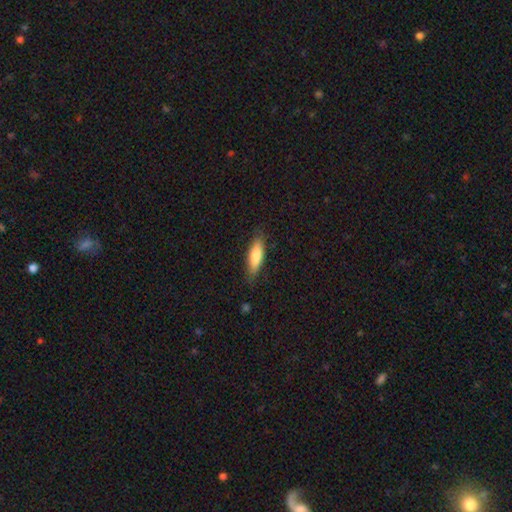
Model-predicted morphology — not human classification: The model was most divided on "how rounded": cigar-shaped: 53%, in between: 46%, round: 2%. More confident: merging — none (82%); smooth or featured — smooth (79%).